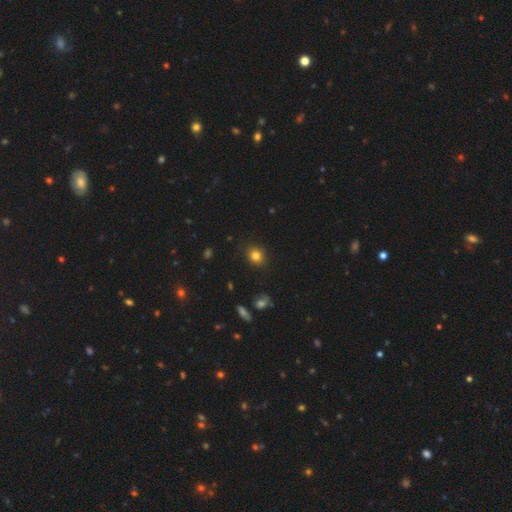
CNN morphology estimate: Smooth or featured? Predicted: smooth (p=0.83). How rounded? Predicted: round (p=0.73). Merging? Predicted: none (p=0.87).